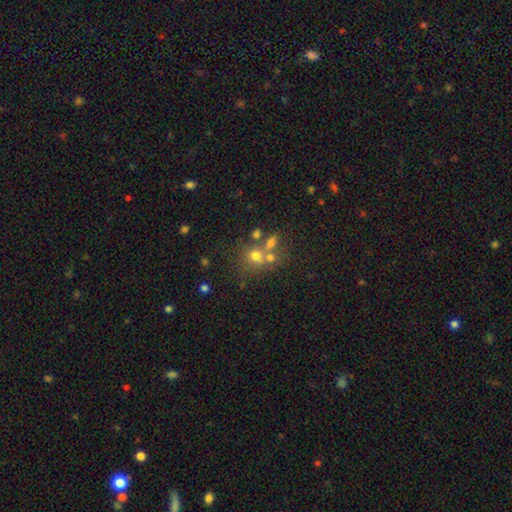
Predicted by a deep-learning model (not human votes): A smooth galaxy with no disk features (62%) that is round (81%). Merging: none (47%).